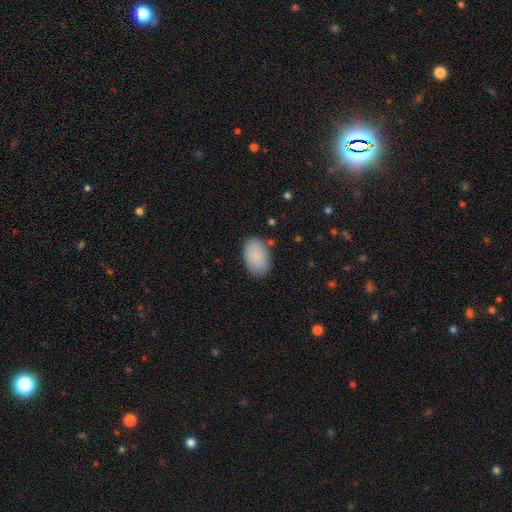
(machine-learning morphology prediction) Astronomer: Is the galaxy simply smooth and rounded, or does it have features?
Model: smooth — 86%.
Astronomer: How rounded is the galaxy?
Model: in between — 91%.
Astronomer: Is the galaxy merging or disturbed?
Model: none — 79%.